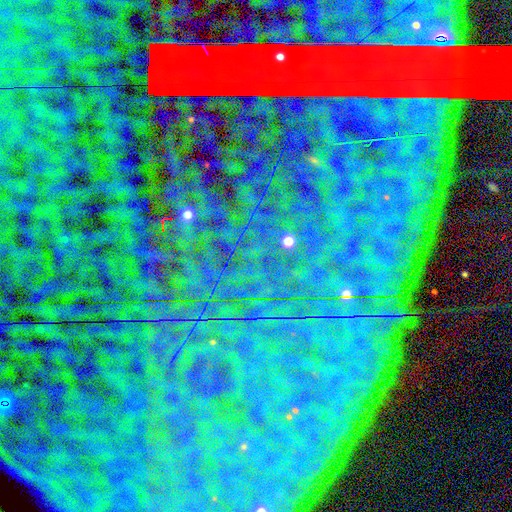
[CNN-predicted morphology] Q: Smooth or featured?
A: star or artifact (87%); runner-up: featured or disk (7%)